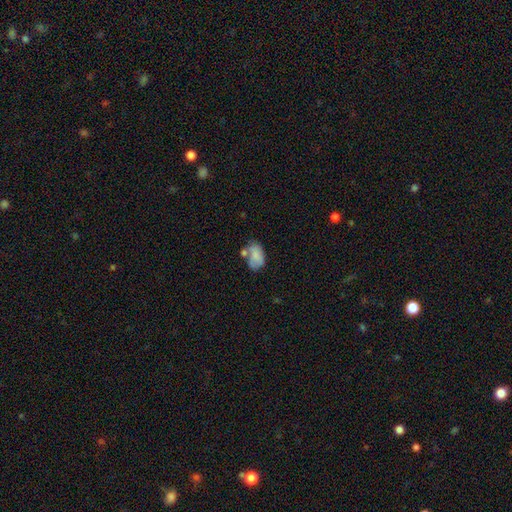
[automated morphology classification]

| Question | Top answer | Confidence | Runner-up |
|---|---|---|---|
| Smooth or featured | smooth | 74% | featured or disk (18%) |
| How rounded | in between | 88% | round (11%) |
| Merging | none | 40% | merger (25%) |